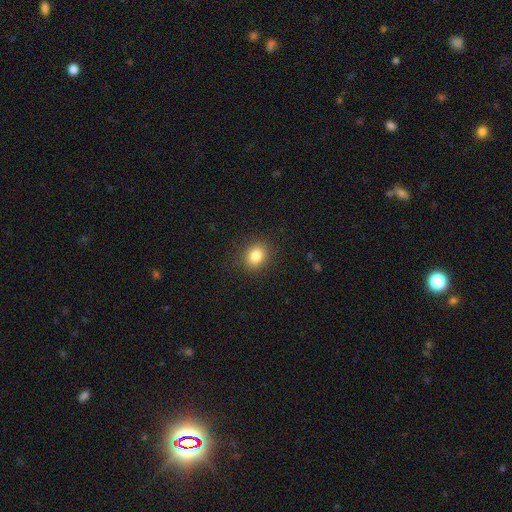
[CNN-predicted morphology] Smooth or featured: smooth — 83% (star or artifact — 11%)
How rounded: round — 57% (in between — 42%)
Merging: none — 88% (minor disturbance — 8%)